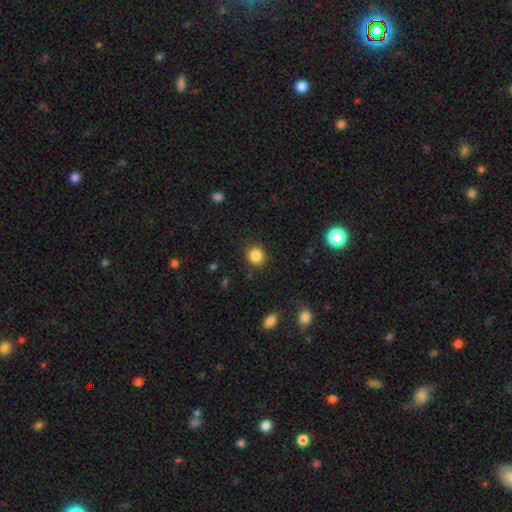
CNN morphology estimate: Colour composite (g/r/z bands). It shows a smooth galaxy with no disk features (85%) that is round (88%). Merging: none (89%).